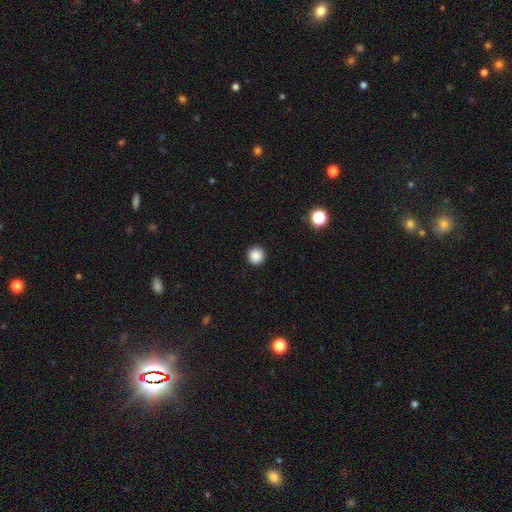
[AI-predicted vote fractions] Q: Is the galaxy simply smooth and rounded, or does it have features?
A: smooth — 87%.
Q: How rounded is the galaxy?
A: round — 96%.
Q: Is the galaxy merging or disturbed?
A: none — 93%.